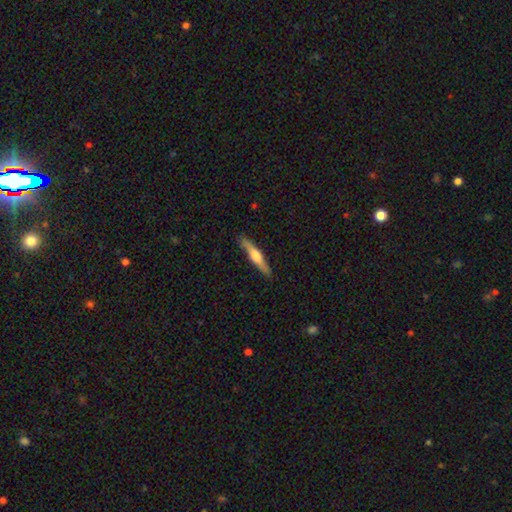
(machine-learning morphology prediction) Overall: featured or disk (59%; smooth 36%). Edge-on disk: yes (96%). Edge-on bulge: rounded (85%). Merging: none (88%).